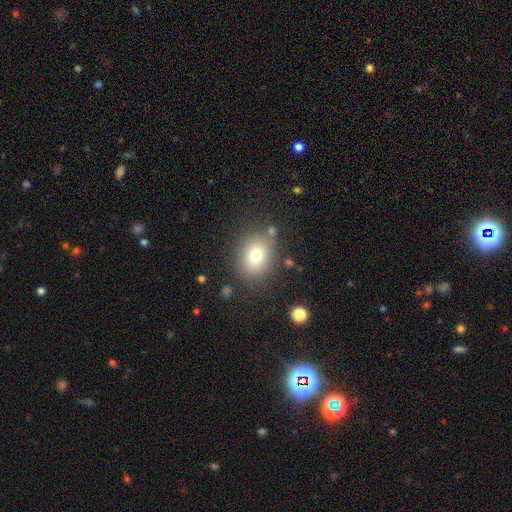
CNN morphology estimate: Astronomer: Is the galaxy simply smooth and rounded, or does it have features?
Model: smooth — 76%.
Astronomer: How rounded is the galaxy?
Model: in between — 54% (runner-up: round, 45%).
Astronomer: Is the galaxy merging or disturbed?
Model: none — 80%.